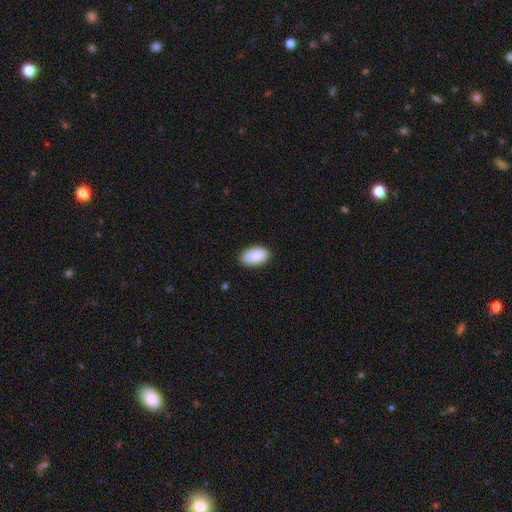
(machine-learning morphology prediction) Overall: smooth (91%). How rounded: in between (95%). Merging: none (85%).